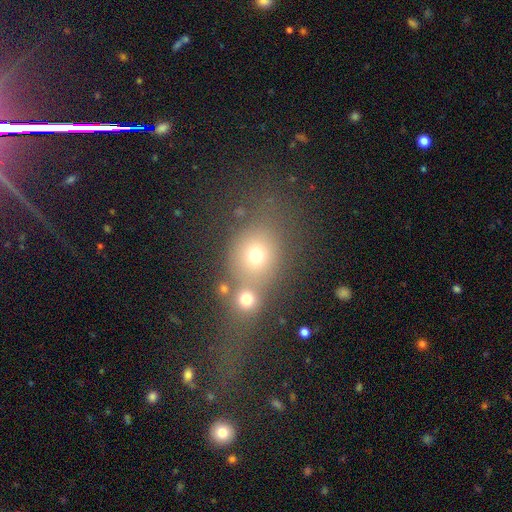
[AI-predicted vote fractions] A smooth galaxy with no disk features (66%) that is round (64%).

Vote fractions:
- Smooth or featured? smooth: 66% / star or artifact: 18% / featured or disk: 16%
- How rounded? round: 64% / in between: 34% / cigar-shaped: 2%
- Merging? merger: 50% / none: 33% / major disturbance: 8% / minor disturbance: 8%